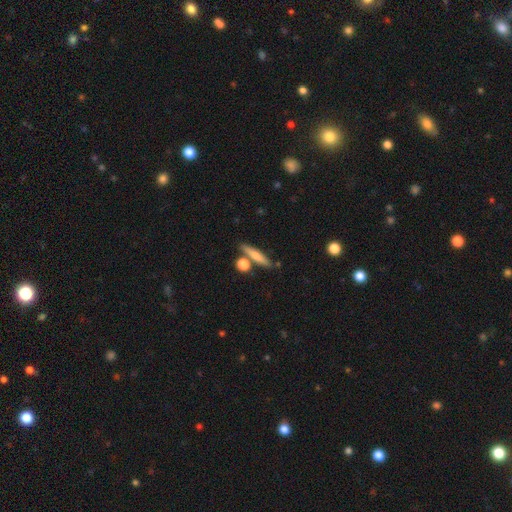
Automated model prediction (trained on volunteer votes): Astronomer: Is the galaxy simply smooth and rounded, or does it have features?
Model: smooth — 68%.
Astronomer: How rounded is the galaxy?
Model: cigar-shaped — 76%.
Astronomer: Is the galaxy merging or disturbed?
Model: none — 74%.